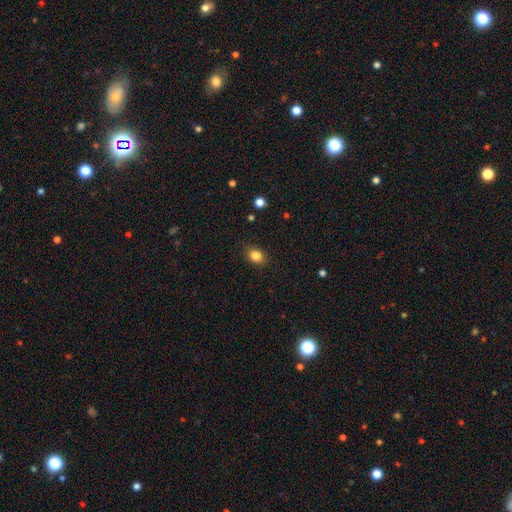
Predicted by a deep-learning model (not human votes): smooth_or_featured: smooth (p=0.85) [alt: star or artifact p=0.11]
how_rounded: in between (p=0.55) [alt: round p=0.44]
merging: none (p=0.88) [alt: minor disturbance p=0.09]